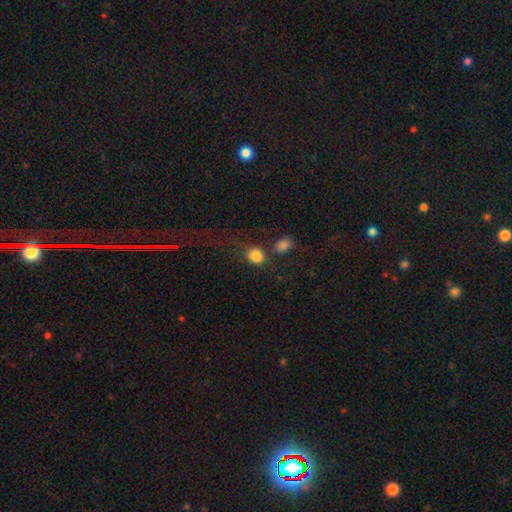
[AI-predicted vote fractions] Overall: smooth (84%). How rounded: round (54%; in between 44%). Merging: none (49%; merger 25%).